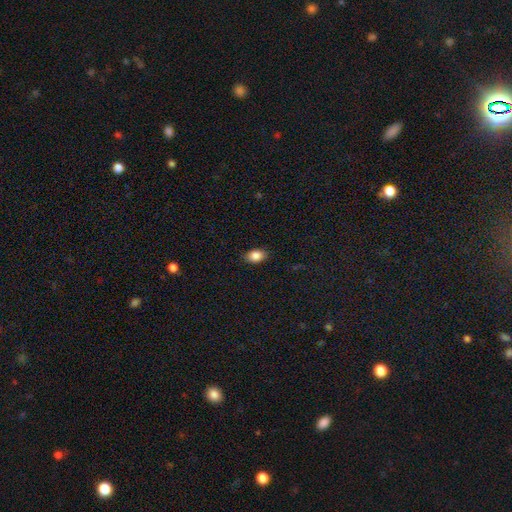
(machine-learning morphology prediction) A smooth galaxy with no disk features (85%) that is in between round and cigar-shaped (81%).

Vote fractions:
- Smooth or featured? smooth: 85% / star or artifact: 9% / featured or disk: 6%
- How rounded? in between: 81% / round: 18% / cigar-shaped: 2%
- Merging? none: 85% / minor disturbance: 11% / major disturbance: 2% / merger: 1%